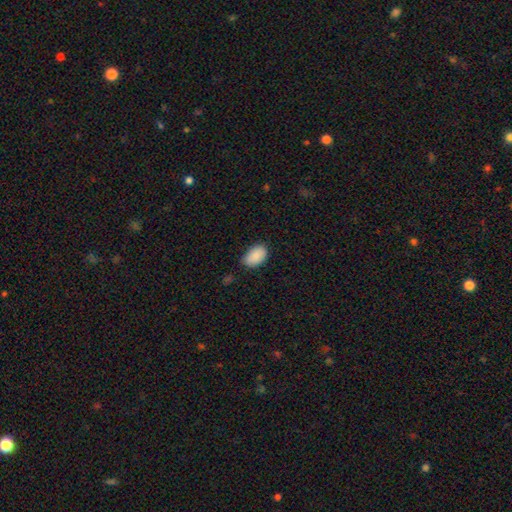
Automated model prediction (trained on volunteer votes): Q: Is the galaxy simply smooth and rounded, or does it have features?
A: smooth — 89%.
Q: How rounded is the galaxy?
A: in between — 91%.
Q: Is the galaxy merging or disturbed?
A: none — 70%.